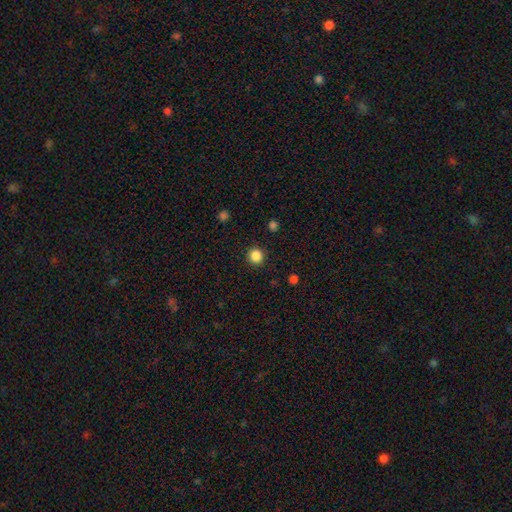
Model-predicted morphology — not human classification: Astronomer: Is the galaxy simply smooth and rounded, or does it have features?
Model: smooth — 85%.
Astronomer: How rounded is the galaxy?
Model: round — 93%.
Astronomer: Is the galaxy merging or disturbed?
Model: none — 92%.